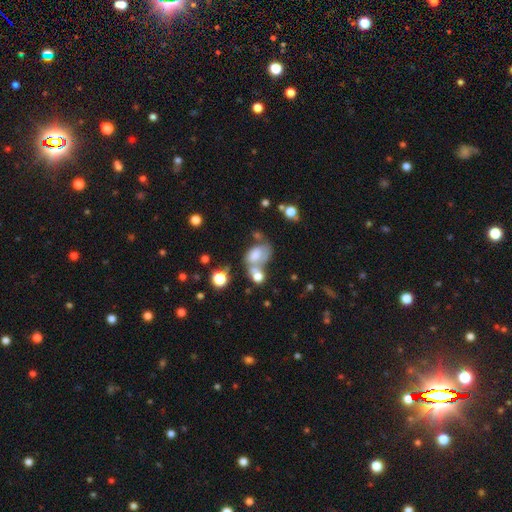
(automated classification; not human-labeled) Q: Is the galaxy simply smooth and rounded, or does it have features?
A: smooth — 62%.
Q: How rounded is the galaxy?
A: in between — 82%.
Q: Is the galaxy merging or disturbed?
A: merger — 45%.